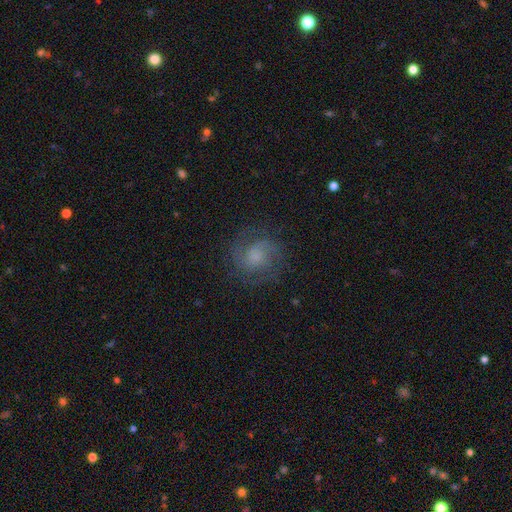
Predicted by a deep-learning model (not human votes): Overall: featured or disk (68%). Edge-on disk: no (98%). Bar: no (63%; weak 32%). Spiral arms: yes (94%). Spiral arm count: 2 (70%). Spiral winding: medium (48%; tight 38%). Bulge size: moderate (32%, tied with small). Merging: none (78%).